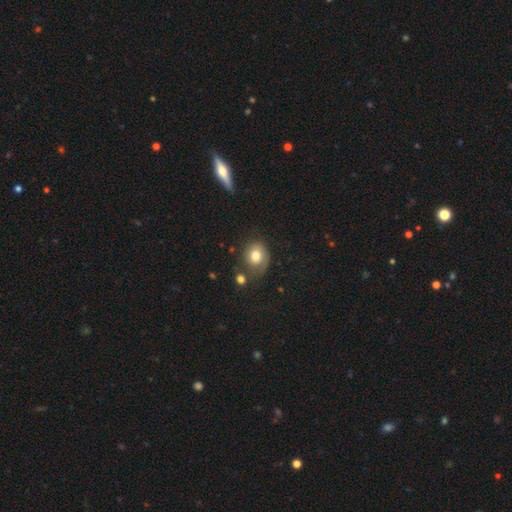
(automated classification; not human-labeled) Smooth or featured?
  - smooth: 74% *
  - featured or disk: 17%
  - star or artifact: 9%
How rounded?
  - round: 62% *
  - in between: 37%
  - cigar-shaped: 1%
Merging?
  - none: 58% *
  - minor disturbance: 24%
  - major disturbance: 12%
  - merger: 7%